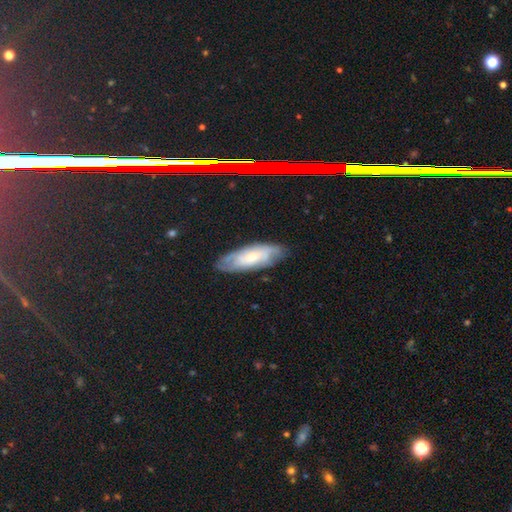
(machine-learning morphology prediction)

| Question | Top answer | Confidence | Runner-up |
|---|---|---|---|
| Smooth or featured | featured or disk | 48% | smooth (36%) |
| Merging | none | 79% | minor disturbance (16%) |